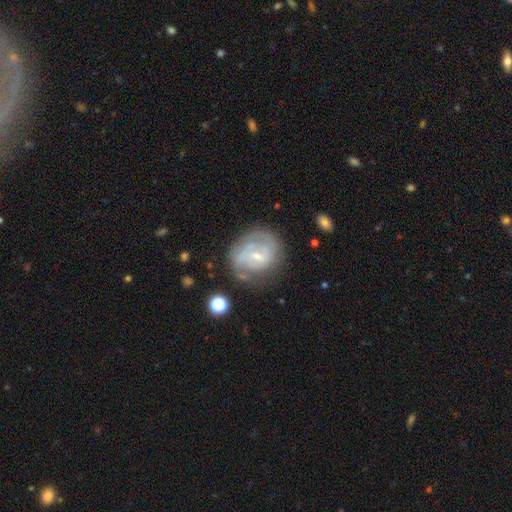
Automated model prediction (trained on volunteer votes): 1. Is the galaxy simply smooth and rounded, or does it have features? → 76% featured or disk, 17% smooth, 7% star or artifact.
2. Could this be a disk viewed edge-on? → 98% no, 2% yes.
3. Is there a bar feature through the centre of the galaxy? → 54% weak, 31% no, 14% strong.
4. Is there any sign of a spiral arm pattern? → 86% yes, 14% no.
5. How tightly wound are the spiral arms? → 52% tight, 36% medium, 12% loose.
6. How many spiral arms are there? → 47% 2, 31% can't tell, 9% 3, 8% 1, 3% 4, 2% more than 4.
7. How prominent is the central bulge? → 65% small, 27% moderate, 5% none, 2% large, 1% dominant.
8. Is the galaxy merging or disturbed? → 65% none, 21% minor disturbance, 11% major disturbance, 3% merger.